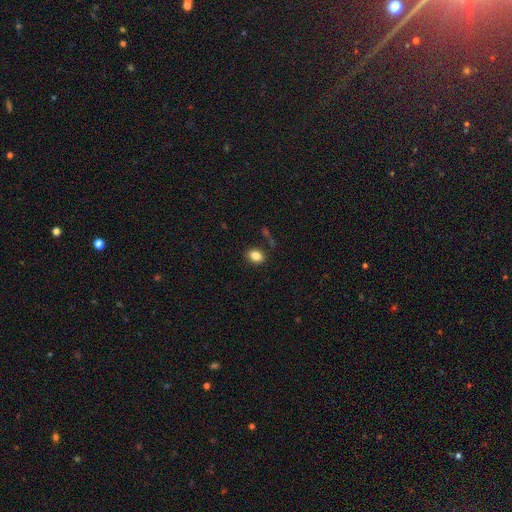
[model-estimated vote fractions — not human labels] The model was most divided on "how rounded": in between: 69%, round: 30%, cigar-shaped: 1%. More confident: smooth or featured — smooth (84%); merging — none (83%).